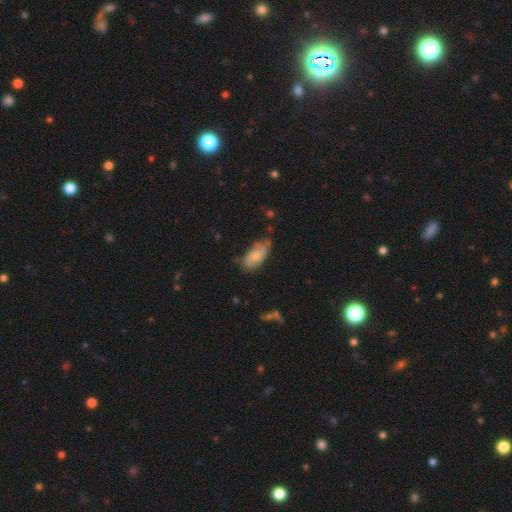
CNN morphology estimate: smooth_or_featured: smooth (p=0.59) [alt: featured or disk p=0.34]
how_rounded: in between (p=0.87) [alt: cigar-shaped p=0.10]
merging: none (p=0.60) [alt: minor disturbance p=0.30]